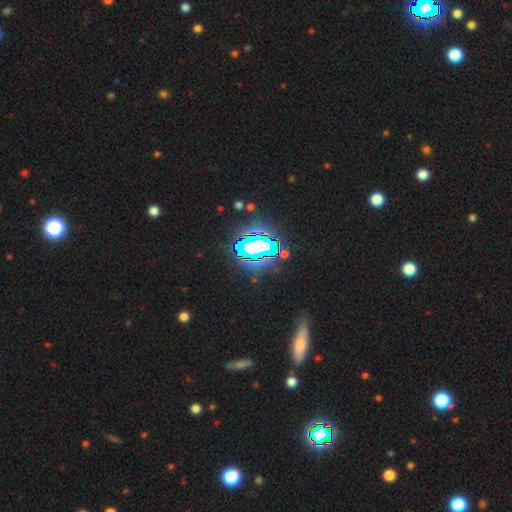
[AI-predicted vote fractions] smooth_or_featured: star or artifact (p=0.76) [alt: smooth p=0.13]